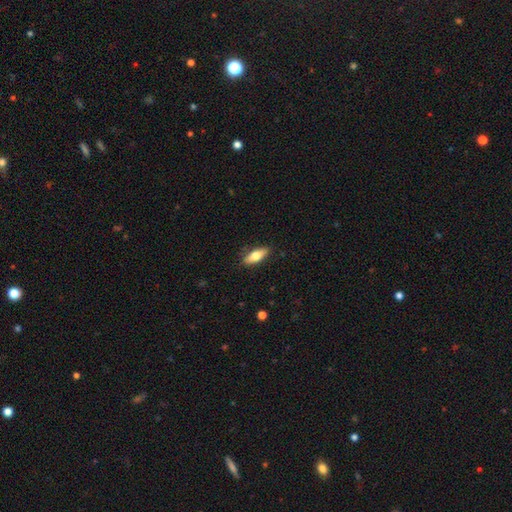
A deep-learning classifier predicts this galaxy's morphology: Smooth or featured?
  - smooth: 64% *
  - featured or disk: 30%
  - star or artifact: 6%
How rounded?
  - in between: 61% *
  - cigar-shaped: 36%
  - round: 3%
Merging?
  - none: 86% *
  - minor disturbance: 11%
  - major disturbance: 2%
  - merger: 1%